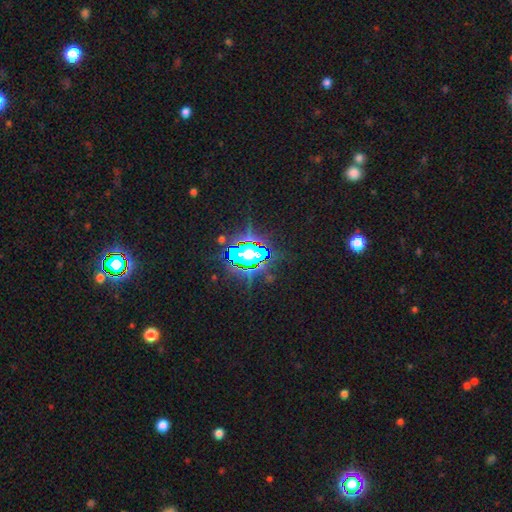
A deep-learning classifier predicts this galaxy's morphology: The model was most divided on "smooth or featured": star or artifact: 72%, featured or disk: 14%, smooth: 14%.